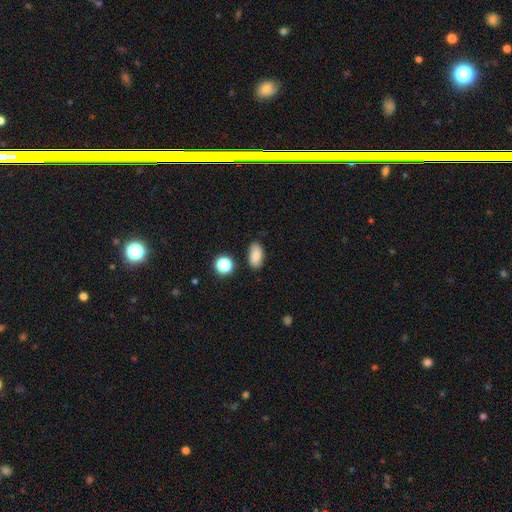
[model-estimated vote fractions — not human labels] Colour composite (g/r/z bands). It shows a smooth galaxy with no disk features (82%) that is in between round and cigar-shaped (90%). Merging: none (83%).